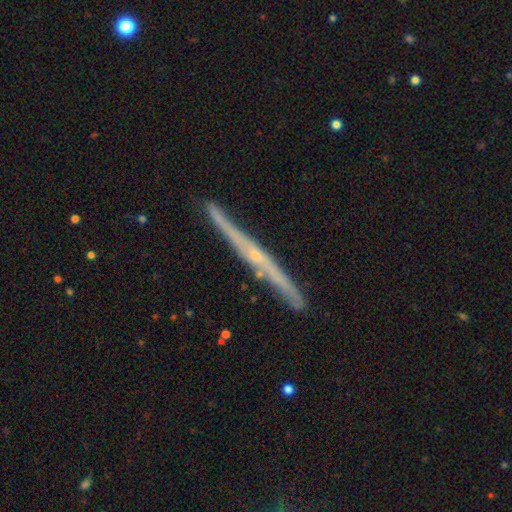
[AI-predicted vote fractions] smooth-or-featured: featured or disk: 79% | smooth: 15% | star or artifact: 7%
  disk-edge-on: yes: 96% | no: 4%
    edge-on-bulge: none: 48% | rounded: 47% | boxy: 5%
  merging: none: 85% | minor disturbance: 12% | major disturbance: 2% | merger: 2%